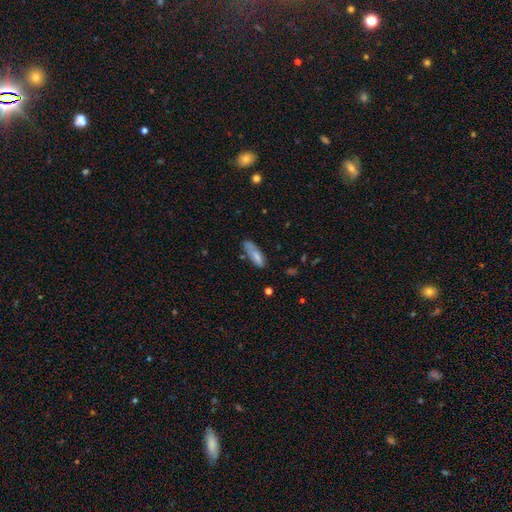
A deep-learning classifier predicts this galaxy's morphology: type=smooth (74%); roundness=in between (58%); merging=none (51%).